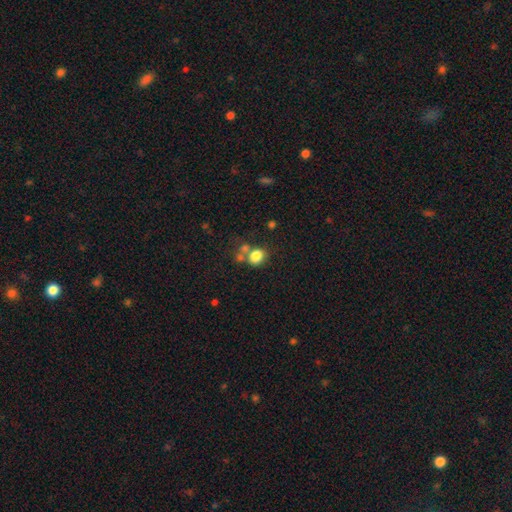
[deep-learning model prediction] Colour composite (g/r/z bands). It shows a smooth galaxy with no disk features (80%) that is round (55%). Merging: none (54%).